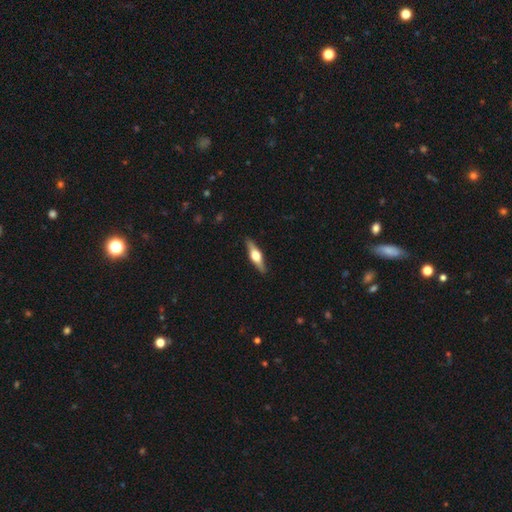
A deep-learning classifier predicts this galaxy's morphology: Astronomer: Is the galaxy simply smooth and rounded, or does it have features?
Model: featured or disk — 63%.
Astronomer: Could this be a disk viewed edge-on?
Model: yes — 95%.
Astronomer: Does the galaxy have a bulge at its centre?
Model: rounded — 95%.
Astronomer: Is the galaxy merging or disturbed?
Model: none — 89%.